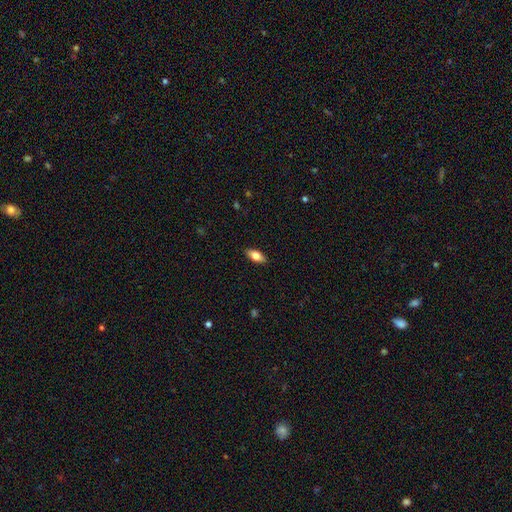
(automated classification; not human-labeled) smooth-or-featured: smooth: 78% | featured or disk: 15% | star or artifact: 7%
  how-rounded: in between: 87% | cigar-shaped: 10% | round: 3%
  merging: none: 89% | minor disturbance: 8% | major disturbance: 2% | merger: 1%